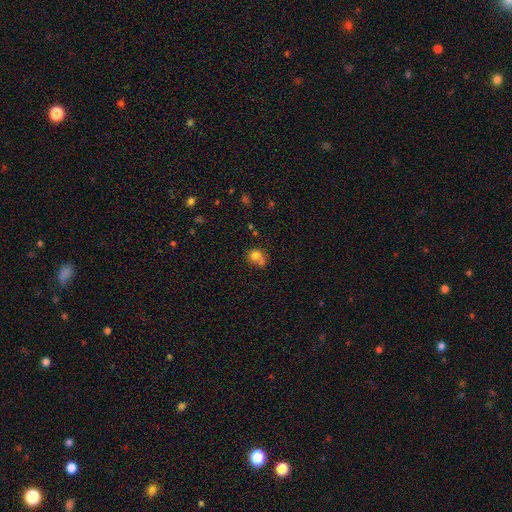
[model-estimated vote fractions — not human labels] smooth-or-featured: smooth: 76% | featured or disk: 13% | star or artifact: 11%
  how-rounded: round: 66% | in between: 33% | cigar-shaped: 1%
  merging: merger: 38% | none: 35% | minor disturbance: 17% | major disturbance: 10%